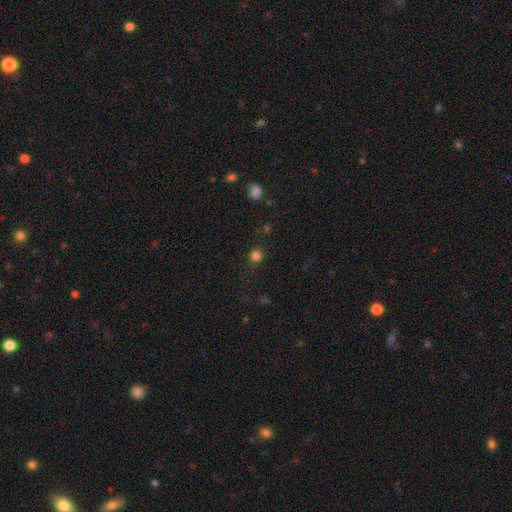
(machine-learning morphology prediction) Smooth or featured?
  - smooth: 79% *
  - star or artifact: 16%
  - featured or disk: 4%
How rounded?
  - round: 88% *
  - in between: 11%
  - cigar-shaped: 1%
Merging?
  - none: 83% *
  - minor disturbance: 10%
  - major disturbance: 4%
  - merger: 2%